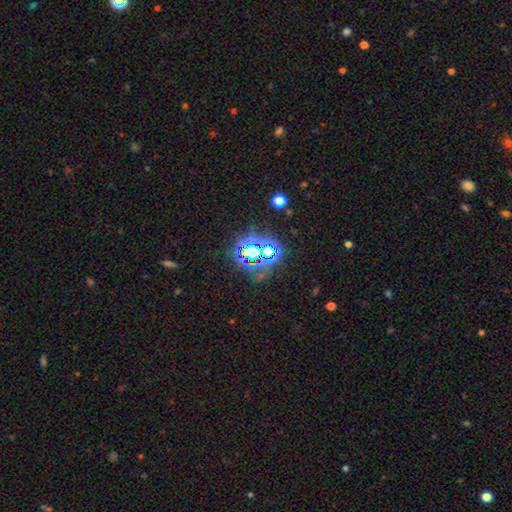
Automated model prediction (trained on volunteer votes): star or artifact 63%, smooth 23%, featured or disk 14%.